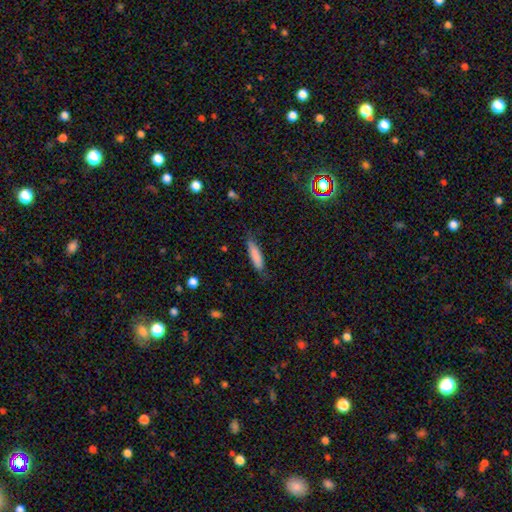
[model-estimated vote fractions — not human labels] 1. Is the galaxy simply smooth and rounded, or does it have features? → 82% smooth, 12% featured or disk, 6% star or artifact.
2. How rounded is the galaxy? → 74% cigar-shaped, 24% in between, 2% round.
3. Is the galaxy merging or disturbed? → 75% none, 20% minor disturbance, 4% major disturbance, 1% merger.